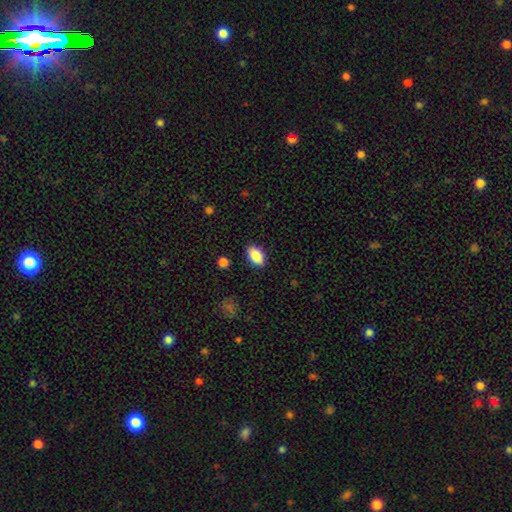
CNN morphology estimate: This appears to be a smooth galaxy with no disk features (87%) that is in between round and cigar-shaped (92%). Merging: none (88%).